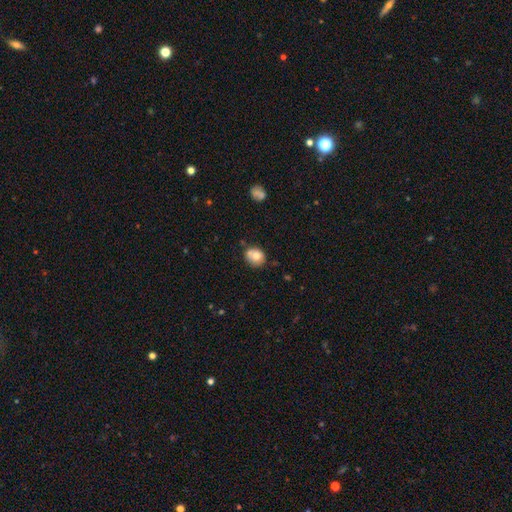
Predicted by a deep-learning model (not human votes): smooth-or-featured: smooth: 74% | featured or disk: 16% | star or artifact: 10%
  how-rounded: round: 72% | in between: 27% | cigar-shaped: 1%
  merging: none: 62% | minor disturbance: 18% | merger: 17% | major disturbance: 4%